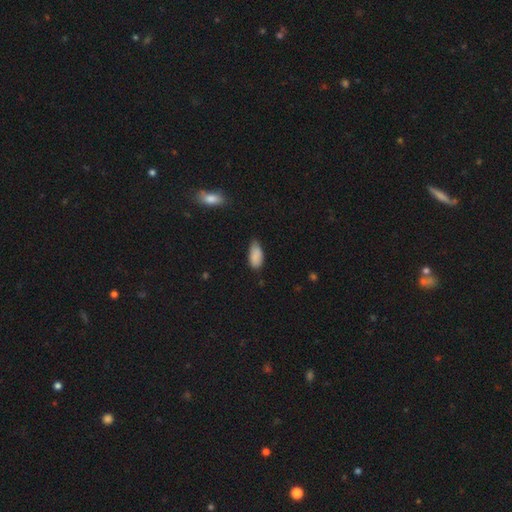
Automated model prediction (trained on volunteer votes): smooth-or-featured: smooth: 88% | star or artifact: 7% | featured or disk: 5%
  how-rounded: in between: 91% | cigar-shaped: 7% | round: 2%
  merging: none: 62% | minor disturbance: 32% | major disturbance: 4% | merger: 2%